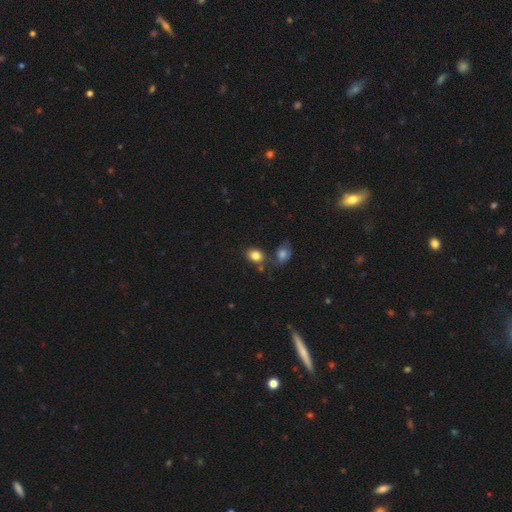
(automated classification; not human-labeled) Q: Smooth or featured?
A: smooth (83%); runner-up: star or artifact (10%)
Q: How rounded?
A: in between (55%); runner-up: round (44%)
Q: Merging?
A: none (67%); runner-up: merger (16%)